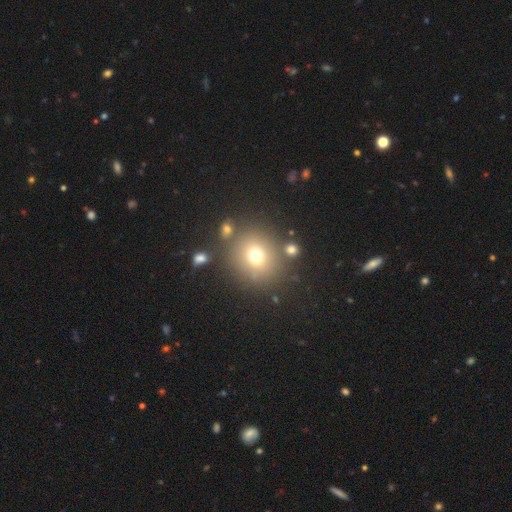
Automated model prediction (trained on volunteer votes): This appears to be a smooth galaxy with no disk features (70%) that is round (85%). Merging: none (77%).